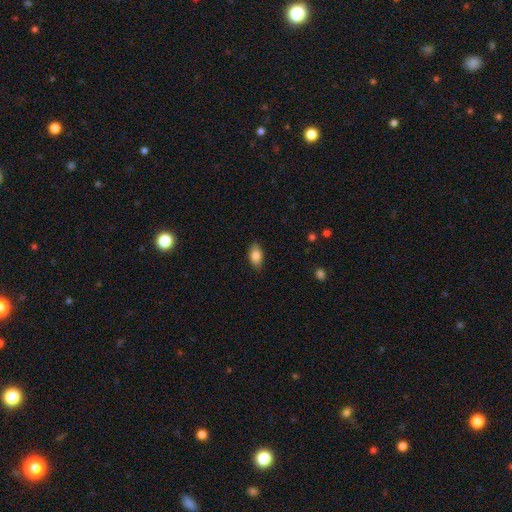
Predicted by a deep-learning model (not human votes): A smooth galaxy with no disk features (84%) that is in between round and cigar-shaped (90%).

Vote fractions:
- Smooth or featured? smooth: 84% / featured or disk: 8% / star or artifact: 7%
- How rounded? in between: 90% / cigar-shaped: 5% / round: 5%
- Merging? none: 85% / minor disturbance: 12% / major disturbance: 2% / merger: 1%